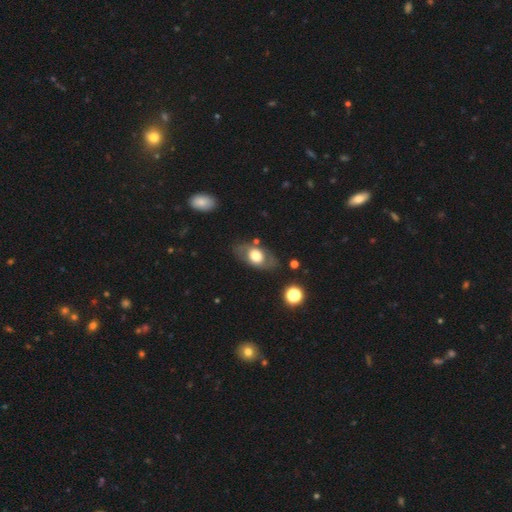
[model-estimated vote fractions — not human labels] Smooth or featured: smooth — 57% (featured or disk — 36%)
How rounded: in between — 80% (round — 17%)
Merging: none — 75% (minor disturbance — 16%)